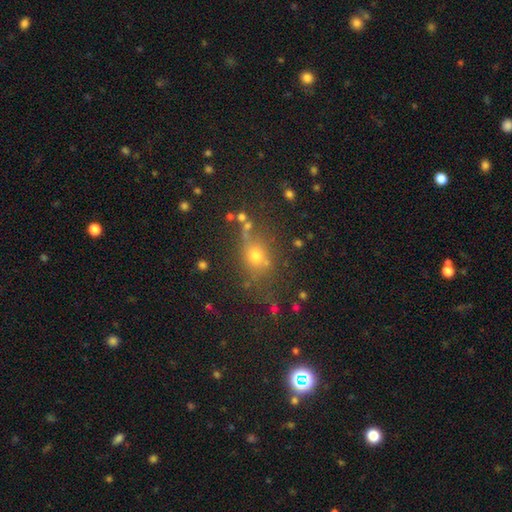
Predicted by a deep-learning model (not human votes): This is likely a smooth galaxy (61%). How rounded: likely round (62%). Merging: likely none (67%).